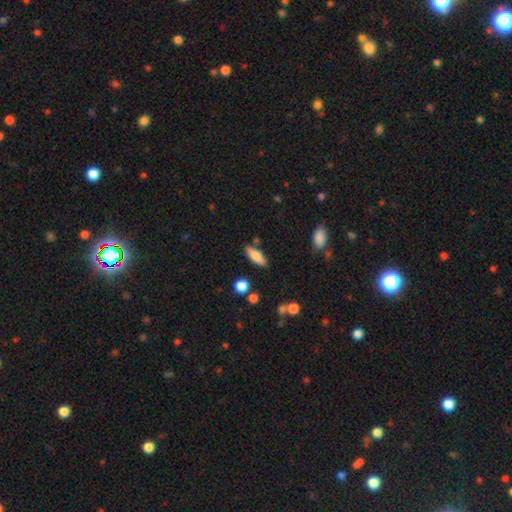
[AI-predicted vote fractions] Morphology: type=smooth (74%); roundness=in between (60%); merging=none (82%).